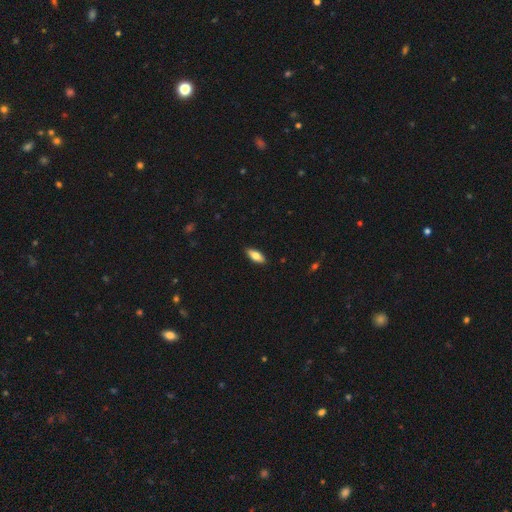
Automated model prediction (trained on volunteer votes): The model was most divided on "how rounded": in between: 74%, cigar-shaped: 24%, round: 2%. More confident: merging — none (89%); smooth or featured — smooth (73%).